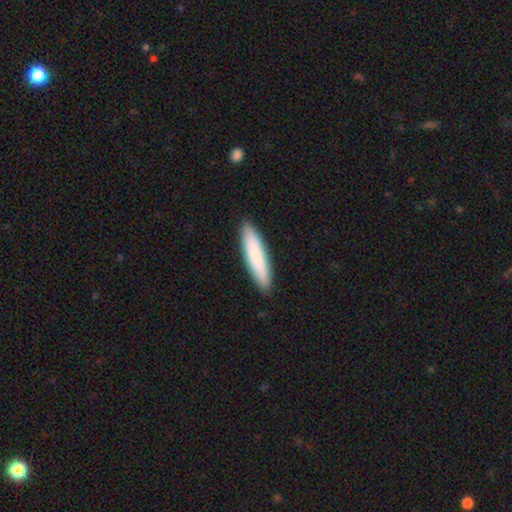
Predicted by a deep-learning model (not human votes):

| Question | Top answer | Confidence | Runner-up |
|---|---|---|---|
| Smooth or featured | smooth | 82% | featured or disk (13%) |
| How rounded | cigar-shaped | 84% | in between (15%) |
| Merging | none | 90% | minor disturbance (7%) |